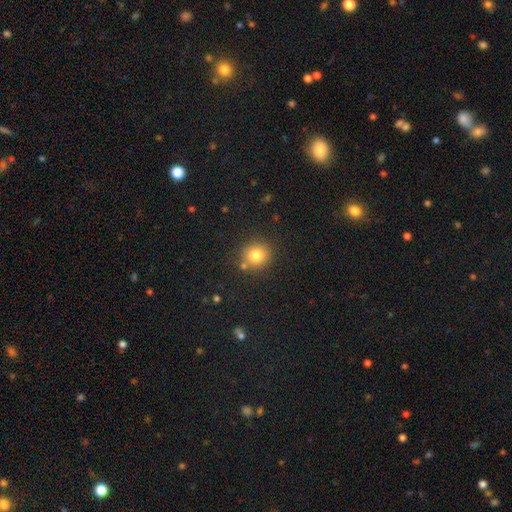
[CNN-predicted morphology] Smooth or featured? smooth (80%)
How rounded? round (87%)
Merging? none (80%)